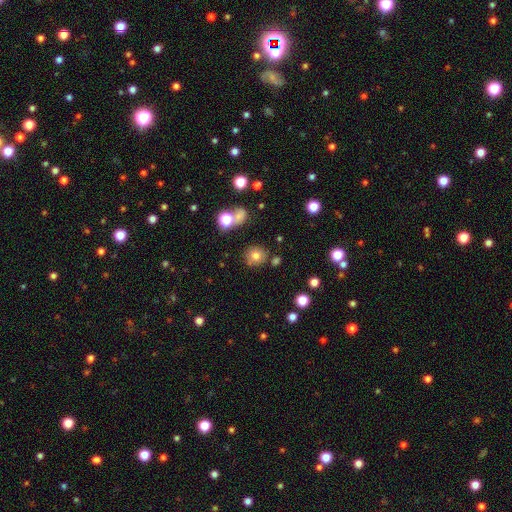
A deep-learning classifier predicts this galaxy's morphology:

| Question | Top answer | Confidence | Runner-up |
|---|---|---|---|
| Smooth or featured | smooth | 74% | star or artifact (16%) |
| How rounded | round | 89% | in between (10%) |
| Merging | none | 80% | minor disturbance (11%) |